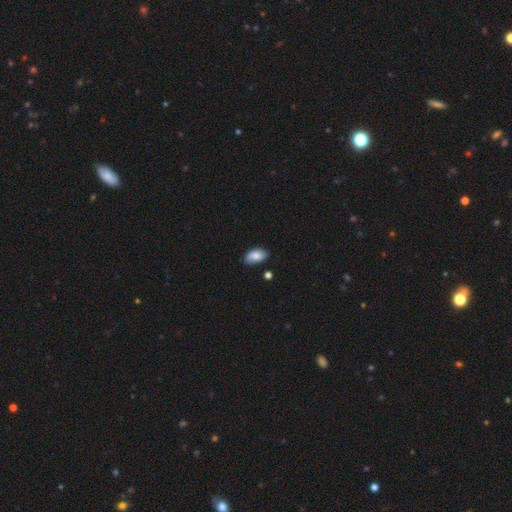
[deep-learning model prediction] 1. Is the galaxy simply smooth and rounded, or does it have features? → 81% smooth, 12% featured or disk, 7% star or artifact.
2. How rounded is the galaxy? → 94% in between, 4% round, 2% cigar-shaped.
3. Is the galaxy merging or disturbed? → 78% none, 17% minor disturbance, 3% major disturbance, 3% merger.